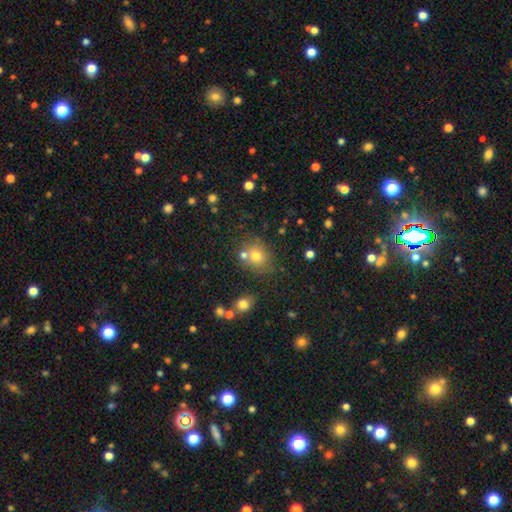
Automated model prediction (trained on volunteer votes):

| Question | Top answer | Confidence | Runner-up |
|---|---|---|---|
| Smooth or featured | smooth | 72% | star or artifact (15%) |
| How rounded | round | 66% | in between (33%) |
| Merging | none | 66% | merger (17%) |